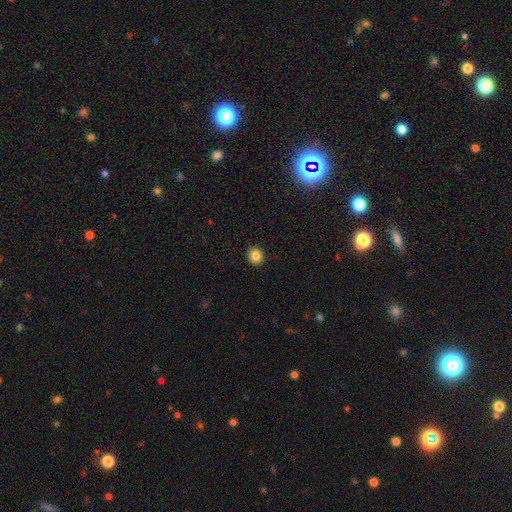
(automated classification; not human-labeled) Q: Smooth or featured?
A: smooth (85%); runner-up: star or artifact (10%)
Q: How rounded?
A: round (85%); runner-up: in between (14%)
Q: Merging?
A: none (92%); runner-up: minor disturbance (6%)